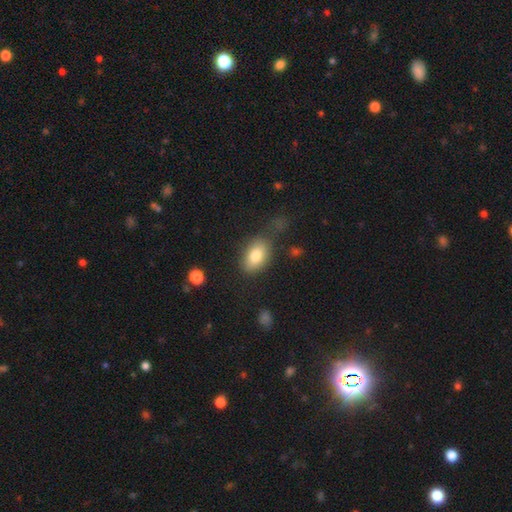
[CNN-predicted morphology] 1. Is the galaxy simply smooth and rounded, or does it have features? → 80% smooth, 12% featured or disk, 8% star or artifact.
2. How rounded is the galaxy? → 86% in between, 12% round, 2% cigar-shaped.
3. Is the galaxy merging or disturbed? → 65% none, 20% minor disturbance, 10% major disturbance, 6% merger.